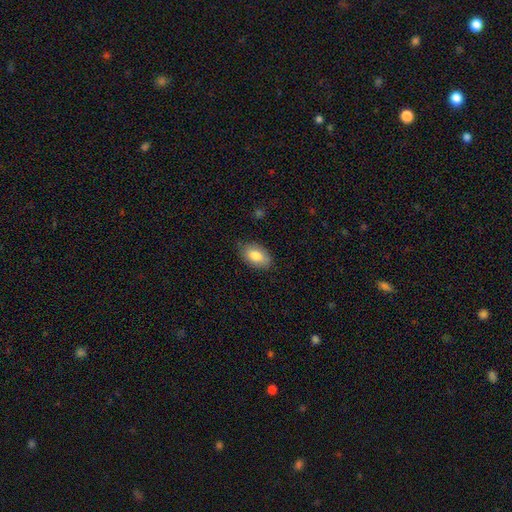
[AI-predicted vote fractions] Smooth or featured: smooth — 82% (featured or disk — 12%)
How rounded: in between — 93% (round — 6%)
Merging: none — 80% (minor disturbance — 16%)